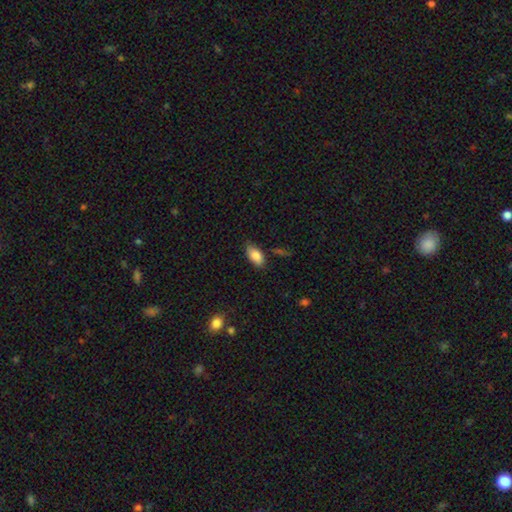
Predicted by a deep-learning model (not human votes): This is clearly a smooth galaxy (85%). How rounded: clearly in between (92%). Merging: likely none (77%).